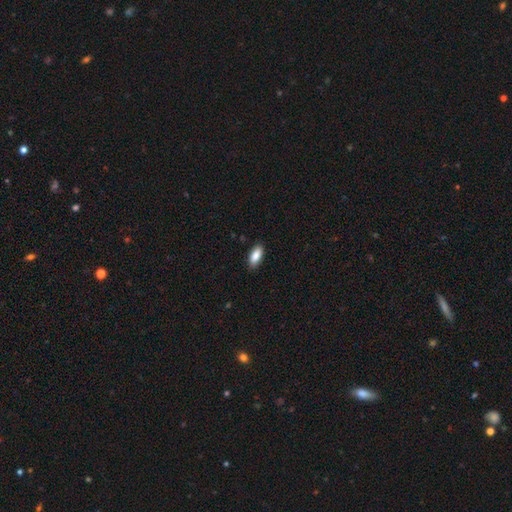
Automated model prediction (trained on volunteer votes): This appears to be a smooth galaxy with no disk features (87%) that is in between round and cigar-shaped (85%). Merging: none (87%).